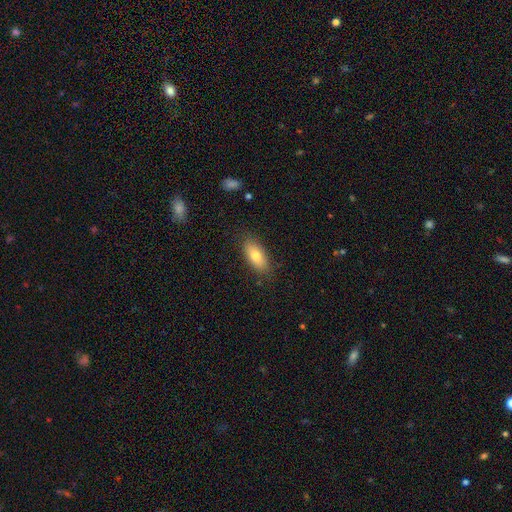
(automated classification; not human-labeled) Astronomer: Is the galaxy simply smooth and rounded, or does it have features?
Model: smooth — 76%.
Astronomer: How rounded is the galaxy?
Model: in between — 83%.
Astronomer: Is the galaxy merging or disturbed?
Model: none — 84%.